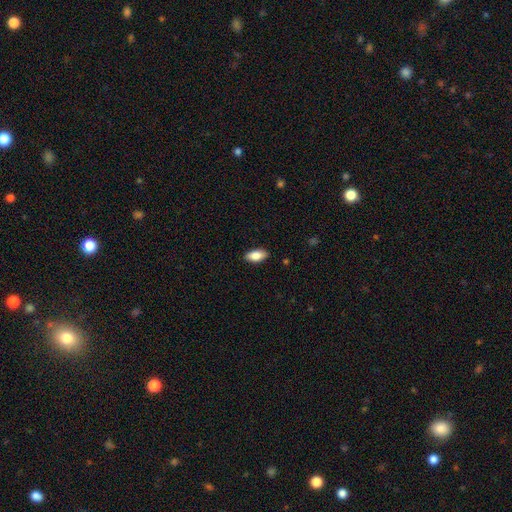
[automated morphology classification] smooth_or_featured: smooth (p=0.84) [alt: featured or disk p=0.09]
how_rounded: in between (p=0.90) [alt: cigar-shaped p=0.08]
merging: none (p=0.88) [alt: minor disturbance p=0.09]